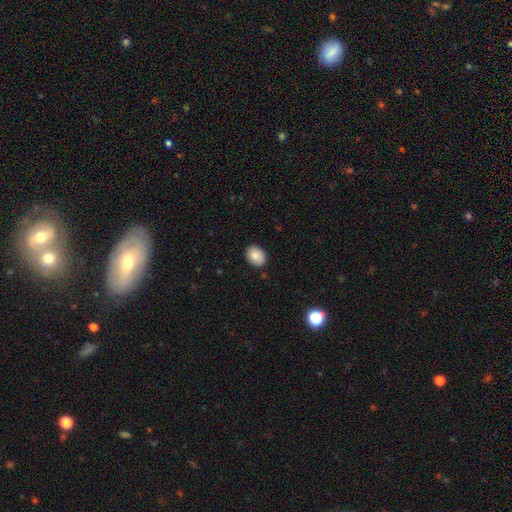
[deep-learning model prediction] smooth 85%, star or artifact 8%, featured or disk 7%. Down the decision tree: how rounded — in between (64%); merging — none (88%).